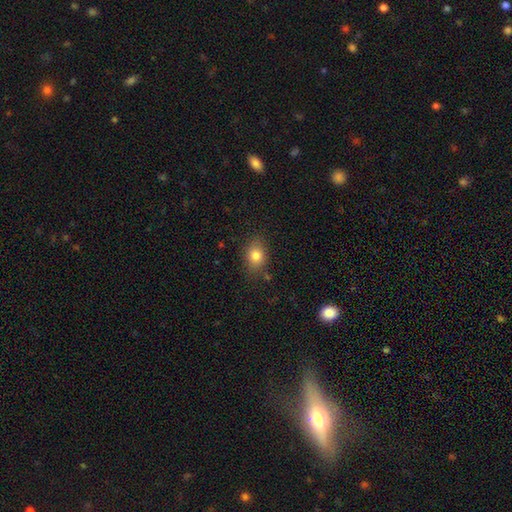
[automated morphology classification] The model was most divided on "how rounded": in between: 60%, round: 38%, cigar-shaped: 1%. More confident: smooth or featured — smooth (81%); merging — none (80%).